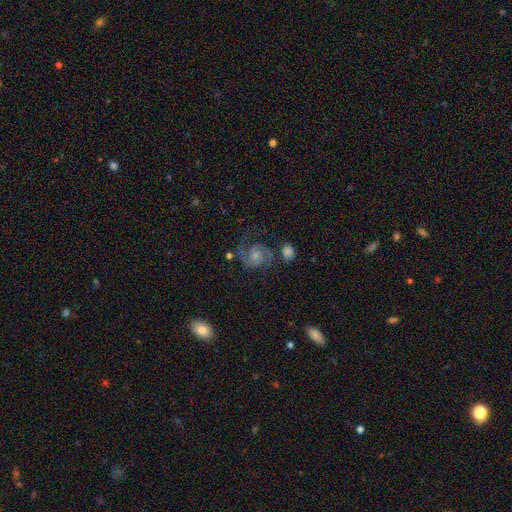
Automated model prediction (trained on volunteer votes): A featured or disk galaxy (83%) with no bar (62%), 2 (83%) medium (50%) spiral arms (97%) and a small central bulge (49%). Merging: none (61%).